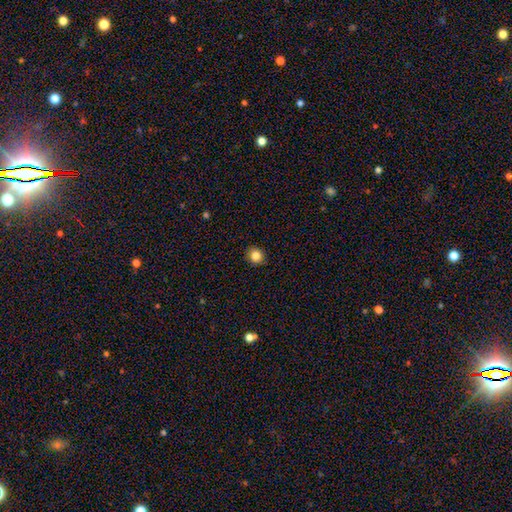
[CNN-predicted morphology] Smooth or featured: smooth — 84% (star or artifact — 11%)
How rounded: round — 84% (in between — 15%)
Merging: none — 90% (minor disturbance — 7%)